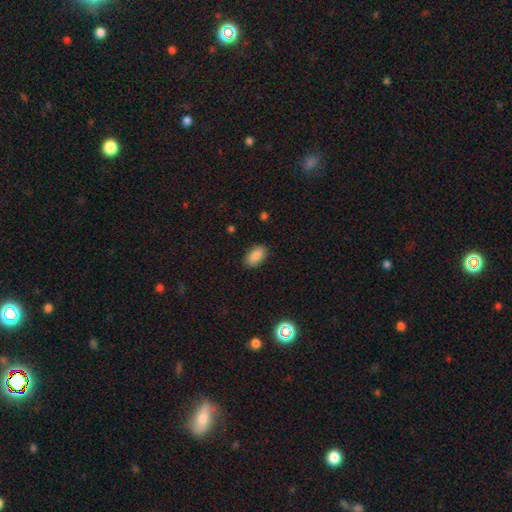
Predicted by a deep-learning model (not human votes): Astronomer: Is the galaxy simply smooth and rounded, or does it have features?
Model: smooth — 86%.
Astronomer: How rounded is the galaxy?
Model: in between — 93%.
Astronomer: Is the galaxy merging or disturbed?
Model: none — 87%.